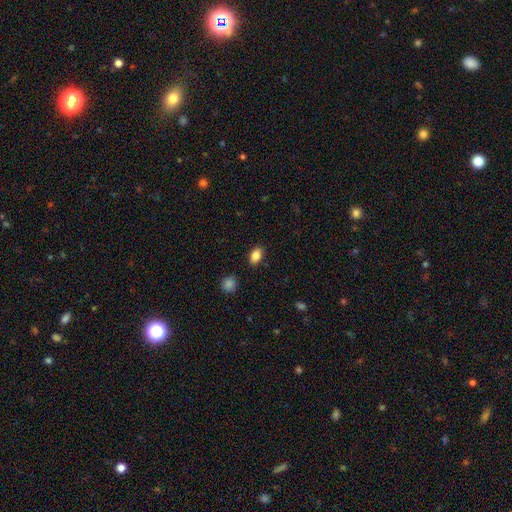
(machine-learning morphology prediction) Smooth or featured: smooth — 85% (star or artifact — 9%)
How rounded: in between — 85% (round — 12%)
Merging: none — 87% (minor disturbance — 9%)